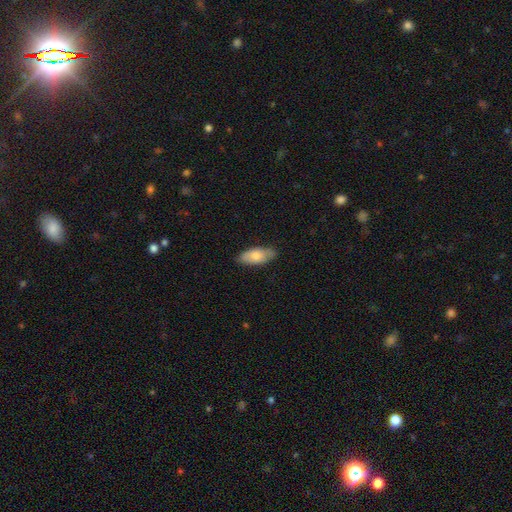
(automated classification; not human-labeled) The model was most divided on "smooth or featured": smooth: 75%, featured or disk: 19%, star or artifact: 6%. More confident: how rounded — in between (87%); merging — none (81%).